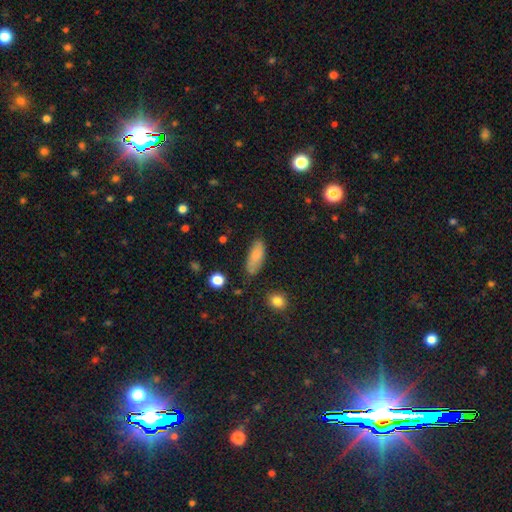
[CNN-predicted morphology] type=smooth (79%); roundness=in between (77%); merging=none (77%).